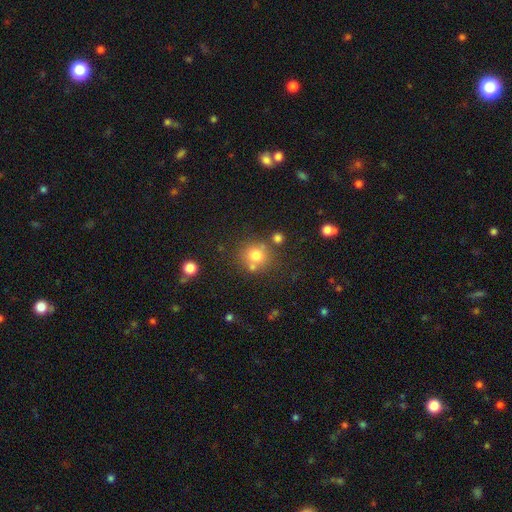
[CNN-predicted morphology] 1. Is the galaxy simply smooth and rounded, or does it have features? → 74% smooth, 14% star or artifact, 12% featured or disk.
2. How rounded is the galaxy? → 87% round, 12% in between, 1% cigar-shaped.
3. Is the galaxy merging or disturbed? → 68% none, 16% merger, 12% minor disturbance, 4% major disturbance.